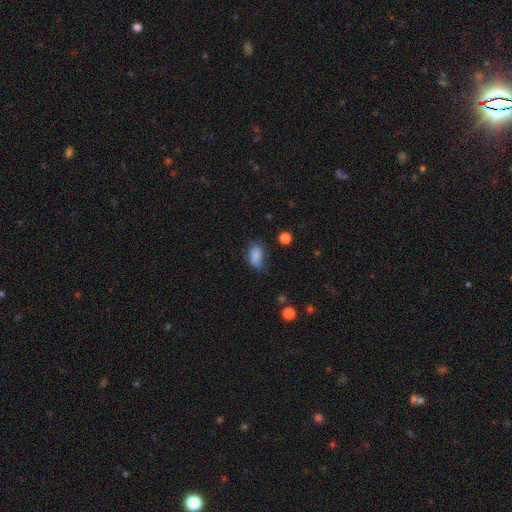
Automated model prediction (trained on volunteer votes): A smooth galaxy with no disk features (82%) that is in between round and cigar-shaped (89%).

Vote fractions:
- Smooth or featured? smooth: 82% / featured or disk: 9% / star or artifact: 9%
- How rounded? in between: 89% / round: 9% / cigar-shaped: 2%
- Merging? none: 53% / minor disturbance: 34% / major disturbance: 10% / merger: 2%